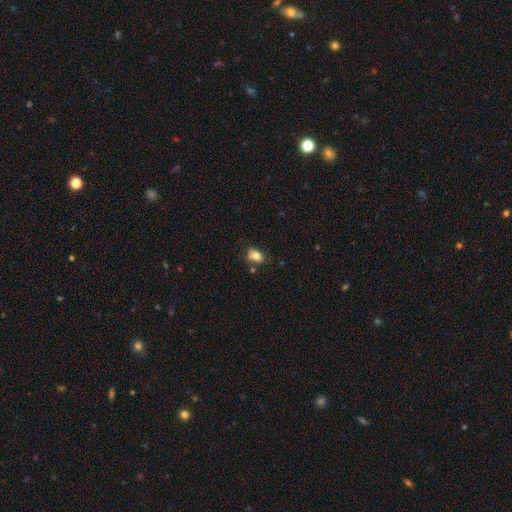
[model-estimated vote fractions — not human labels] This is likely a smooth galaxy (77%). How rounded: likely in between (78%). Merging: likely none (62%).